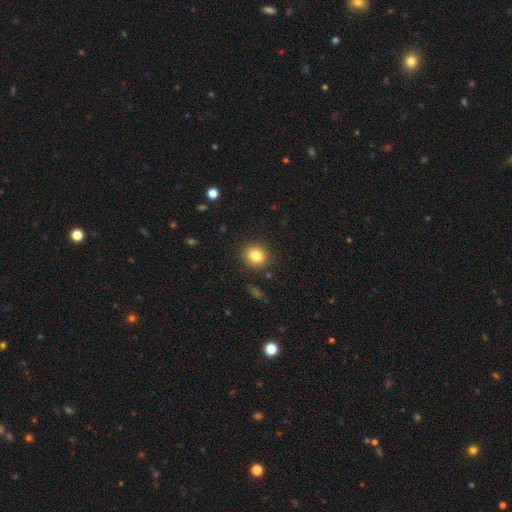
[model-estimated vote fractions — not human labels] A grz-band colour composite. It shows a smooth galaxy with no disk features (82%) that is round (84%). Merging: none (89%).